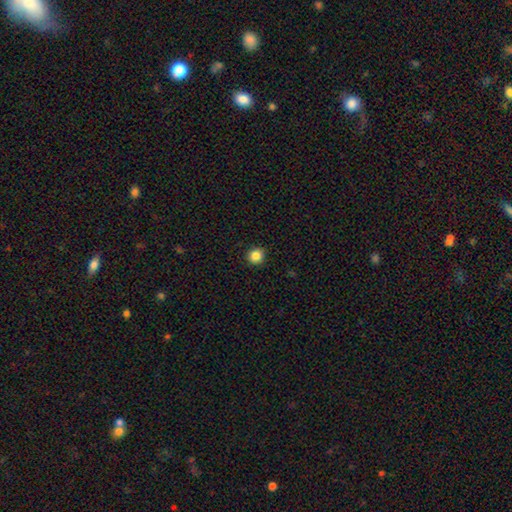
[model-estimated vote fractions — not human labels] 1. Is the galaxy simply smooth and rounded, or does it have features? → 86% smooth, 10% star or artifact, 4% featured or disk.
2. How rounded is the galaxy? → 92% round, 7% in between, 1% cigar-shaped.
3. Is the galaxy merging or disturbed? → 92% none, 5% minor disturbance, 2% major disturbance, 1% merger.